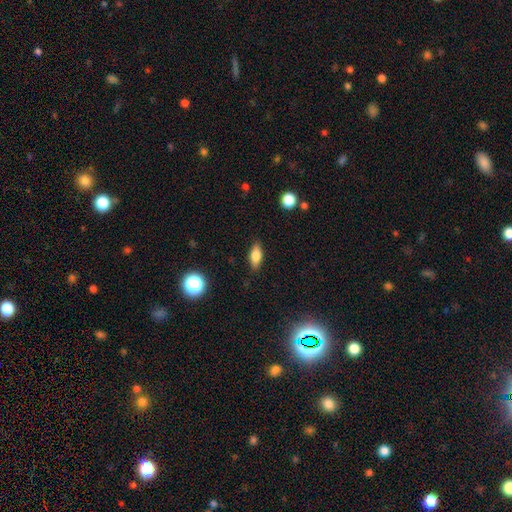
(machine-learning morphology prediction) Smooth or featured?
  - smooth: 74% *
  - featured or disk: 17%
  - star or artifact: 9%
How rounded?
  - in between: 75% *
  - cigar-shaped: 19%
  - round: 5%
Merging?
  - none: 86% *
  - minor disturbance: 10%
  - major disturbance: 3%
  - merger: 1%